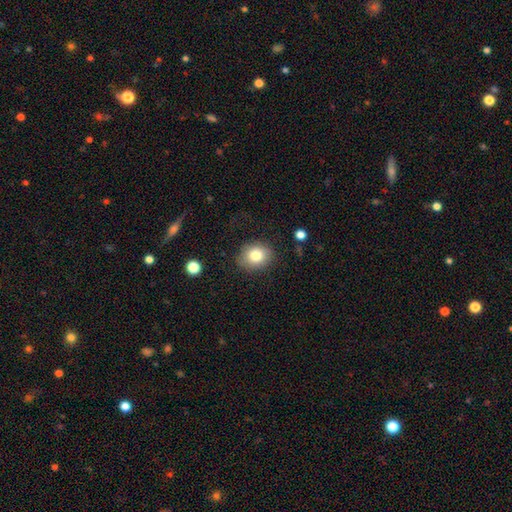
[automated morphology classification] Smooth or featured? Predicted: smooth (p=0.82). How rounded? Predicted: round (p=0.59). Merging? Predicted: none (p=0.82).